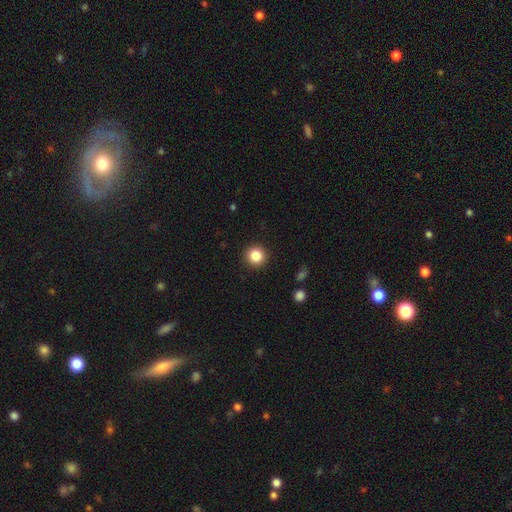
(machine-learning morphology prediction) Smooth or featured? smooth (85%)
How rounded? round (94%)
Merging? none (92%)